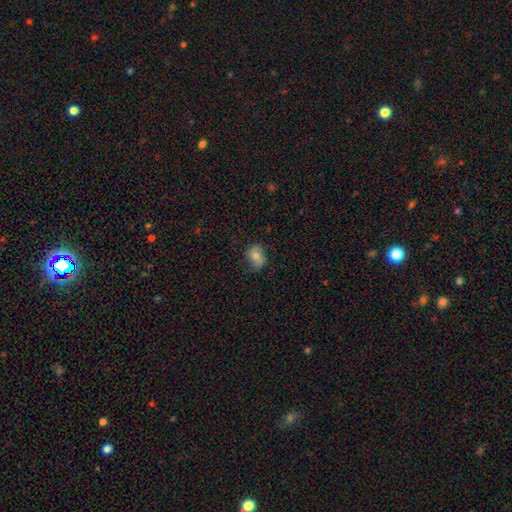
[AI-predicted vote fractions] smooth 68%, featured or disk 22%, star or artifact 9%. Down the decision tree: how rounded — in between (56%); merging — none (69%).